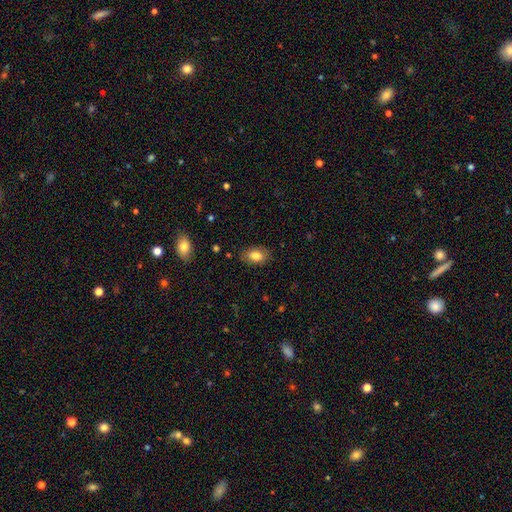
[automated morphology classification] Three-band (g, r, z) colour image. It shows a smooth galaxy with no disk features (82%) that is in between round and cigar-shaped (90%). Merging: none (83%).